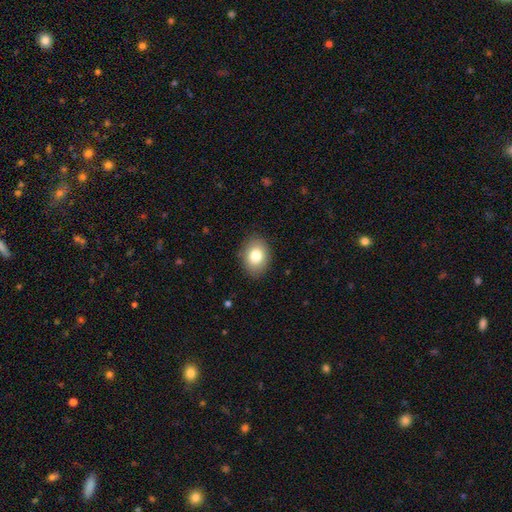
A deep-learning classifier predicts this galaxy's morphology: The model was most divided on "how rounded": in between: 66%, round: 33%, cigar-shaped: 1%. More confident: merging — none (88%); smooth or featured — smooth (81%).